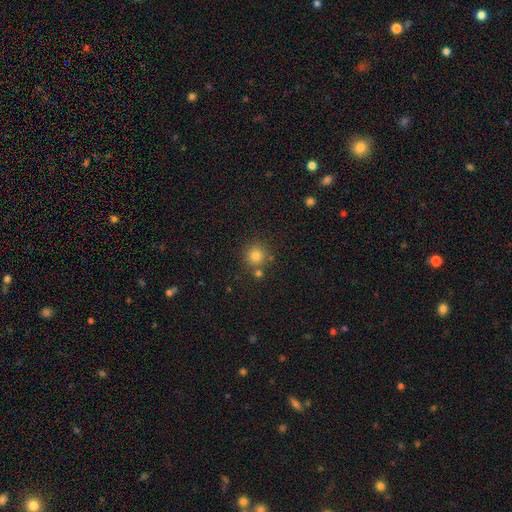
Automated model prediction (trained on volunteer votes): Overall: smooth (80%). How rounded: round (93%). Merging: none (76%).